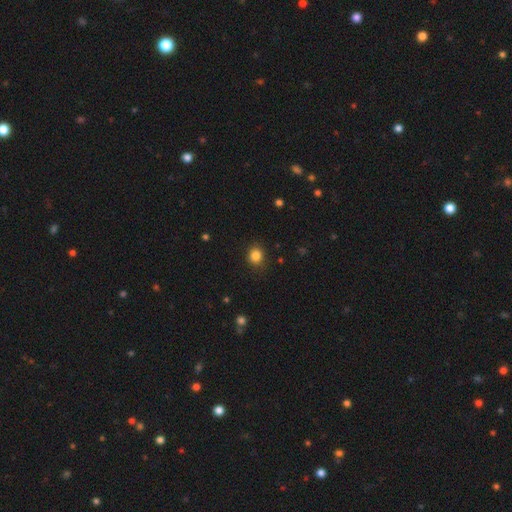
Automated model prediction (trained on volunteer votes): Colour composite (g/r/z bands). It shows a smooth galaxy with no disk features (84%) that is round (80%). Merging: none (86%).